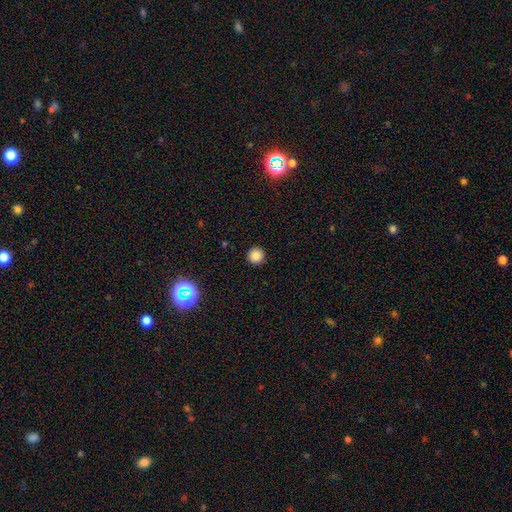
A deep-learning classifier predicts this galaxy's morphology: A smooth galaxy with no disk features (85%) that is round (96%).

Vote fractions:
- Smooth or featured? smooth: 85% / star or artifact: 12% / featured or disk: 3%
- How rounded? round: 96% / in between: 3% / cigar-shaped: 1%
- Merging? none: 92% / minor disturbance: 5% / major disturbance: 2% / merger: 1%